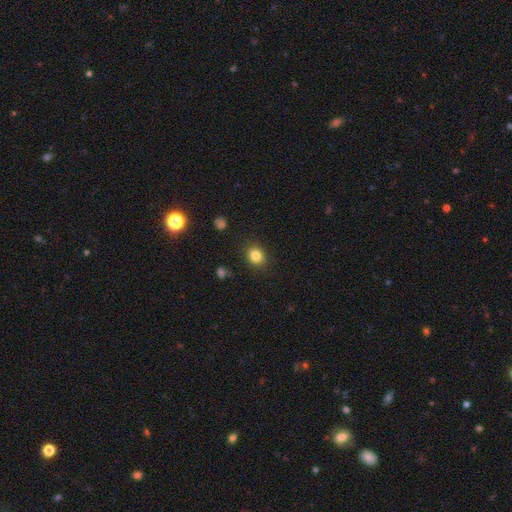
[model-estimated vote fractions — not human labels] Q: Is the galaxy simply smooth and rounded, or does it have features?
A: smooth — 83%.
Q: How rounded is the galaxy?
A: round — 73%.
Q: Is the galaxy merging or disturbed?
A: none — 88%.